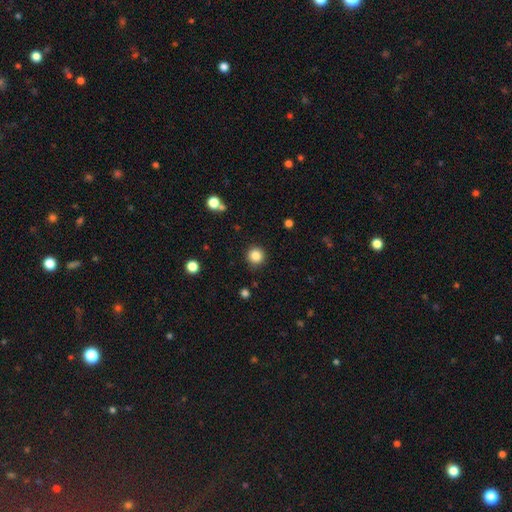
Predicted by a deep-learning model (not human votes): This appears to be a smooth galaxy with no disk features (85%) that is round (95%). Merging: none (91%).